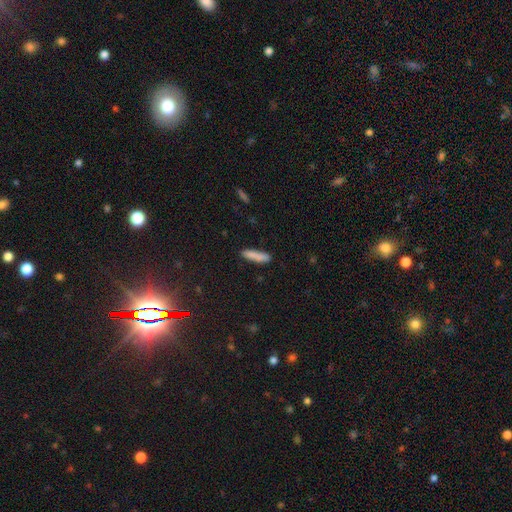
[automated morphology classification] smooth 85%, featured or disk 8%, star or artifact 7%. Down the decision tree: how rounded — cigar-shaped (80%); merging — none (86%).